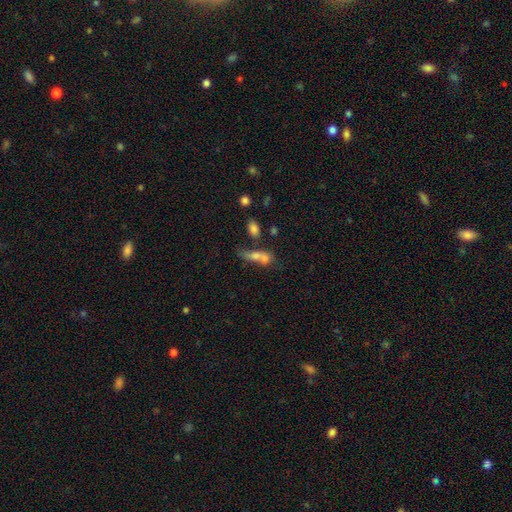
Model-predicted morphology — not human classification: The model was most divided on "merging": merger: 49%, none: 27%, minor disturbance: 12%, major disturbance: 11%. More confident: smooth or featured — smooth (64%); how rounded — in between (55%).